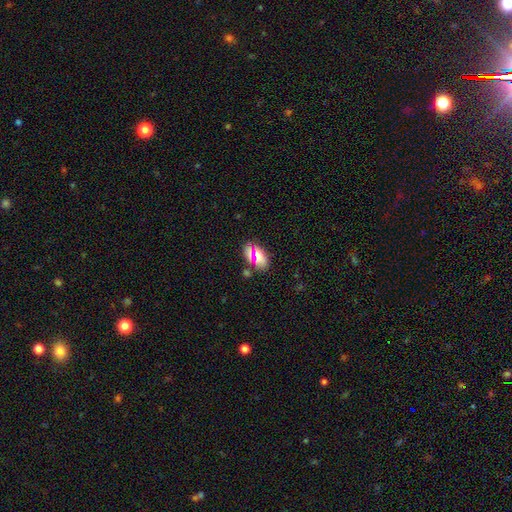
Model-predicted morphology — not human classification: Smooth or featured: smooth — 67% (star or artifact — 18%)
How rounded: in between — 86% (round — 8%)
Merging: none — 78% (minor disturbance — 13%)